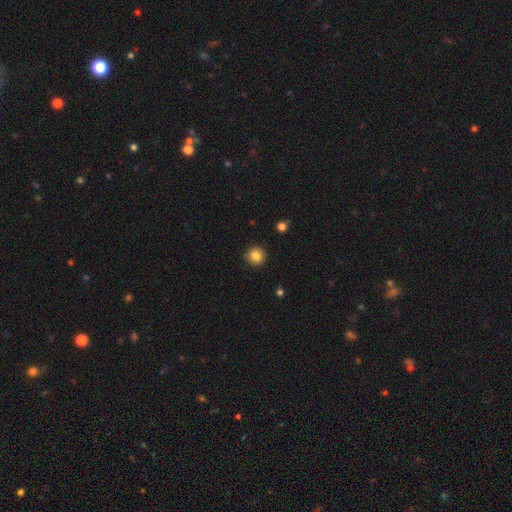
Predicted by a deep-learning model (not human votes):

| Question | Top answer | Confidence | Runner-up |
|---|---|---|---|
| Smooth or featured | smooth | 85% | star or artifact (11%) |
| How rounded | round | 93% | in between (6%) |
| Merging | none | 88% | minor disturbance (9%) |